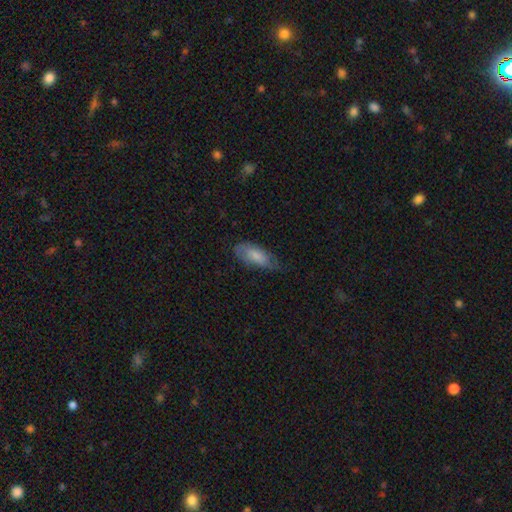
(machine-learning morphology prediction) Smooth or featured?
  - smooth: 74% *
  - featured or disk: 20%
  - star or artifact: 6%
How rounded?
  - in between: 83% *
  - cigar-shaped: 15%
  - round: 2%
Merging?
  - none: 60% *
  - minor disturbance: 31%
  - major disturbance: 8%
  - merger: 1%